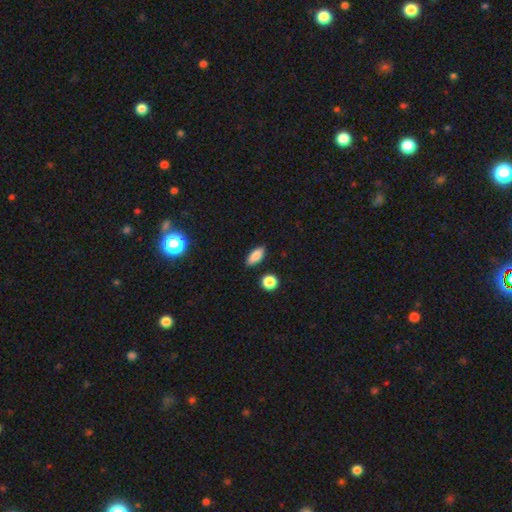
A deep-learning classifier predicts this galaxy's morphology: smooth-or-featured: smooth: 84% | star or artifact: 9% | featured or disk: 7%
  how-rounded: in between: 82% | cigar-shaped: 13% | round: 4%
  merging: none: 85% | minor disturbance: 11% | merger: 3% | major disturbance: 2%